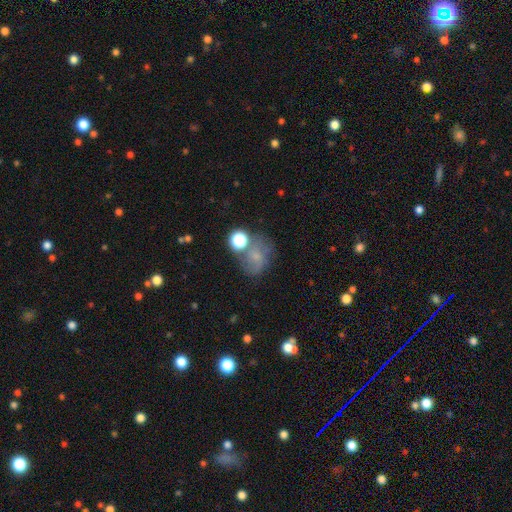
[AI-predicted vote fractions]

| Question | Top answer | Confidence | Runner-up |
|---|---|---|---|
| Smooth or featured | smooth | 49% | featured or disk (31%) |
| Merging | none | 48% | minor disturbance (22%) |